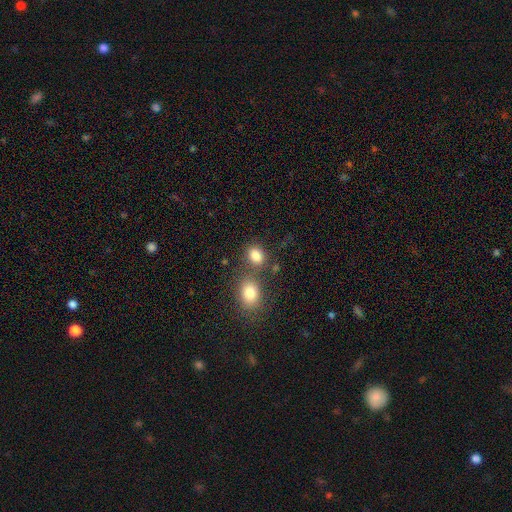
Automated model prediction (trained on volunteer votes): Q: Smooth or featured?
A: smooth (83%); runner-up: star or artifact (11%)
Q: How rounded?
A: in between (62%); runner-up: round (37%)
Q: Merging?
A: none (58%); runner-up: merger (26%)